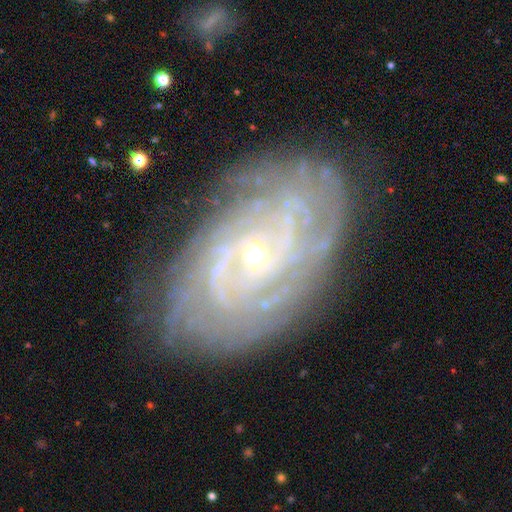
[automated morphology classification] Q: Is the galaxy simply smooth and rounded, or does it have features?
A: featured or disk — 87%.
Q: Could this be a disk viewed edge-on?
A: no — 96%.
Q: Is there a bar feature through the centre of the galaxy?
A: no — 69%.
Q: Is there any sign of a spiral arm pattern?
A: yes — 96%.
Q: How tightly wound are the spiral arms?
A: tight — 77%.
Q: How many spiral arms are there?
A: can't tell — 31%.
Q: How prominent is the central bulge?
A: small — 82%.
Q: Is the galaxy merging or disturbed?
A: none — 78%.